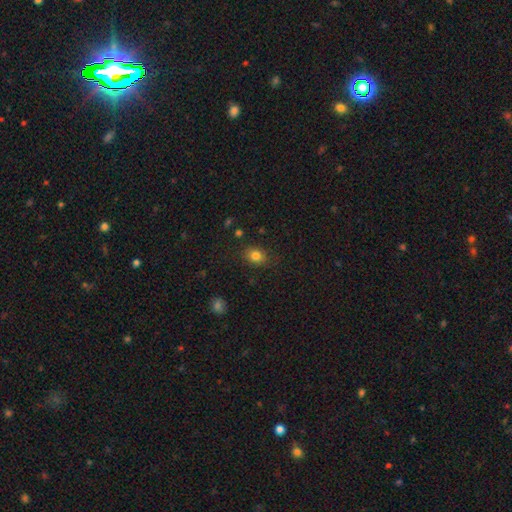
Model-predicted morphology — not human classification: smooth 82%, star or artifact 12%, featured or disk 6%. Down the decision tree: how rounded — round (50%); merging — none (82%).